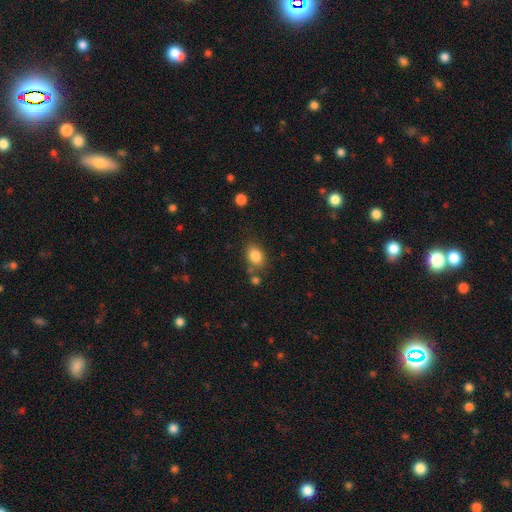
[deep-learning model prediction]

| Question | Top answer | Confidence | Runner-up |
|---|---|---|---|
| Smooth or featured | smooth | 84% | star or artifact (9%) |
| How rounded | in between | 70% | round (29%) |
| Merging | none | 70% | minor disturbance (15%) |